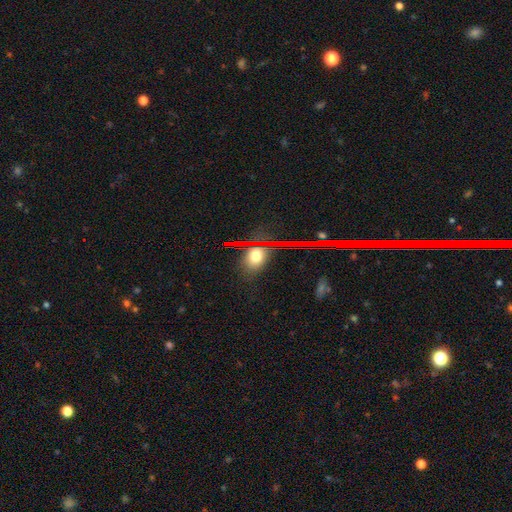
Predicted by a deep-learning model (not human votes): smooth_or_featured: smooth (p=0.63) [alt: star or artifact p=0.25]
how_rounded: in between (p=0.52) [alt: round p=0.45]
merging: none (p=0.80) [alt: minor disturbance p=0.13]